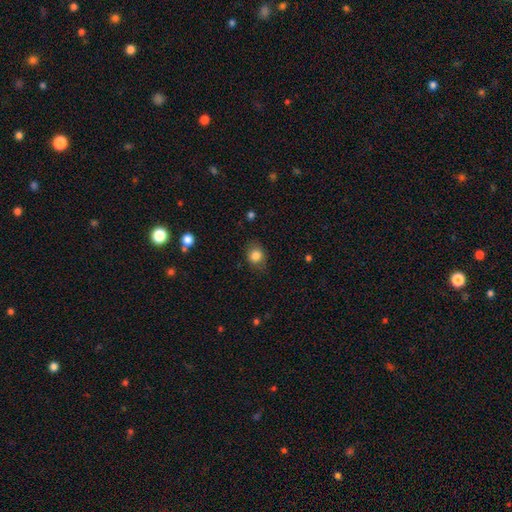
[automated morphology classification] Smooth or featured? smooth (83%)
How rounded? round (58%)
Merging? none (77%)